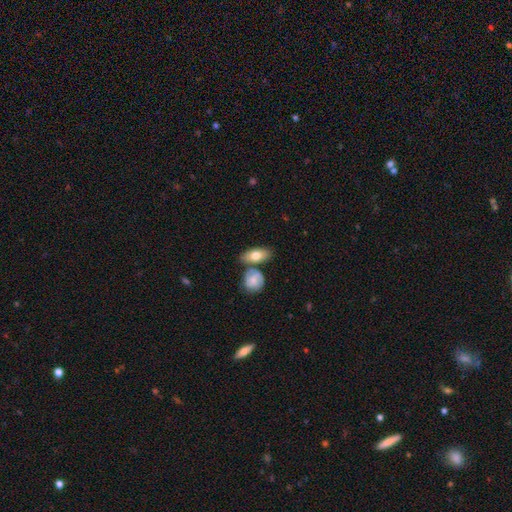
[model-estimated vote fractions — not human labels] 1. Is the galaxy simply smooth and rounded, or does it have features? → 69% smooth, 25% featured or disk, 6% star or artifact.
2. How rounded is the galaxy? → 82% in between, 10% cigar-shaped, 8% round.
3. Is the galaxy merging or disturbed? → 57% none, 24% merger, 15% minor disturbance, 4% major disturbance.